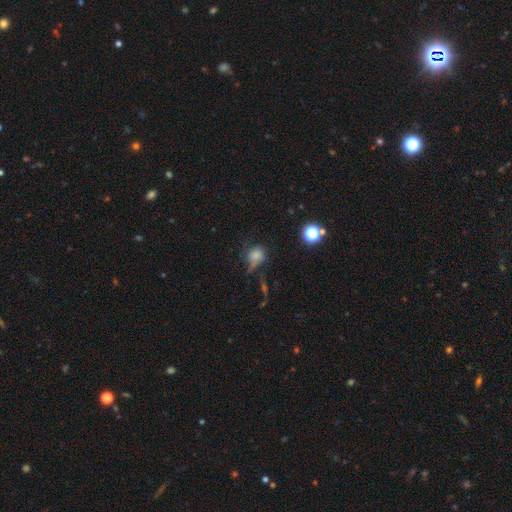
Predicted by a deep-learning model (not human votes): smooth-or-featured: smooth: 69% | star or artifact: 17% | featured or disk: 14%
  how-rounded: round: 74% | in between: 24% | cigar-shaped: 2%
  merging: none: 42% | minor disturbance: 27% | major disturbance: 22% | merger: 9%